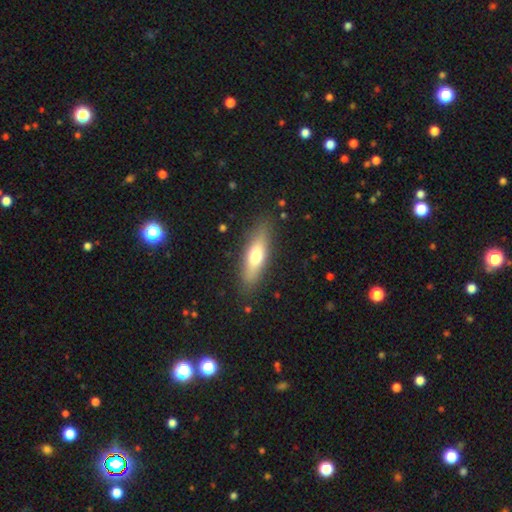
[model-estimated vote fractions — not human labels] Q: Smooth or featured?
A: smooth (61%); runner-up: featured or disk (33%)
Q: How rounded?
A: cigar-shaped (54%); runner-up: in between (44%)
Q: Merging?
A: none (85%); runner-up: minor disturbance (11%)